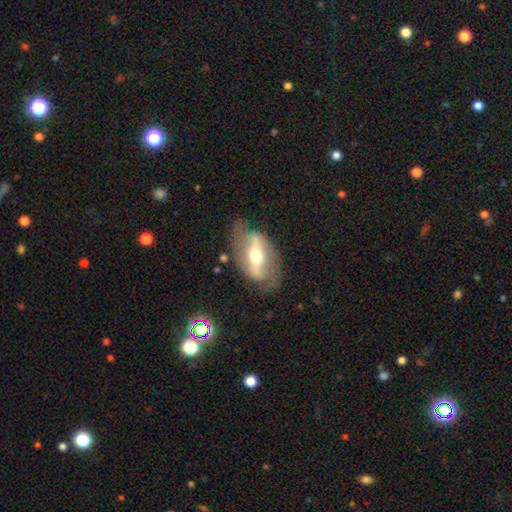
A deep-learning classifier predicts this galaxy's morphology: smooth-or-featured: featured or disk: 72% | smooth: 22% | star or artifact: 6%
  disk-edge-on: no: 82% | yes: 18%
    bar: strong: 60% | weak: 23% | no: 17%
    has-spiral-arms: yes: 54% | no: 46%
    bulge-size: moderate: 67% | small: 18% | large: 12% | dominant: 2% | none: 1%
  merging: none: 65% | minor disturbance: 21% | major disturbance: 11% | merger: 2%